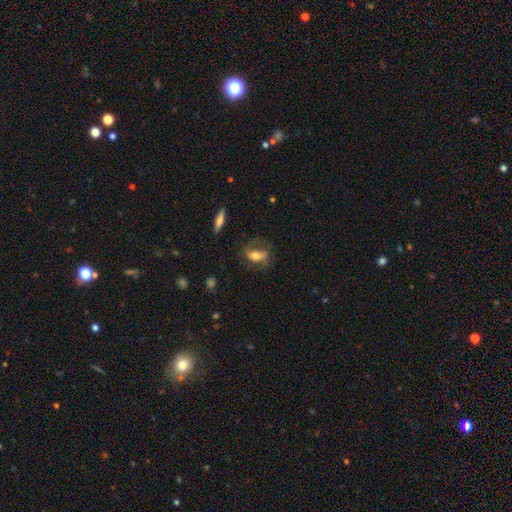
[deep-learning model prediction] smooth_or_featured: smooth (p=0.52) [alt: featured or disk p=0.40]
how_rounded: in between (p=0.77) [alt: round p=0.12]
merging: none (p=0.60) [alt: minor disturbance p=0.21]